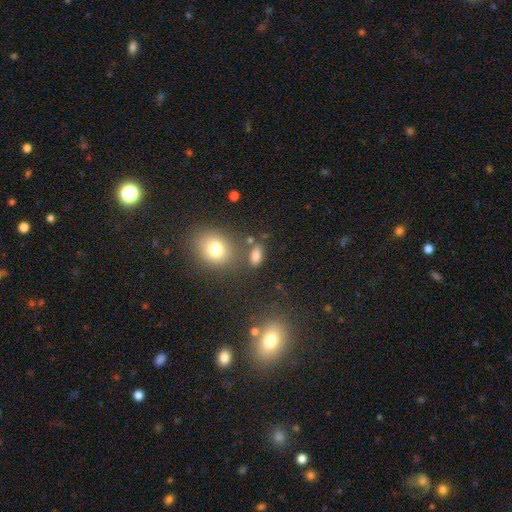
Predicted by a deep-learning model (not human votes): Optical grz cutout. It shows a smooth galaxy with no disk features (77%) that is in between round and cigar-shaped (80%). Merging: none (69%).